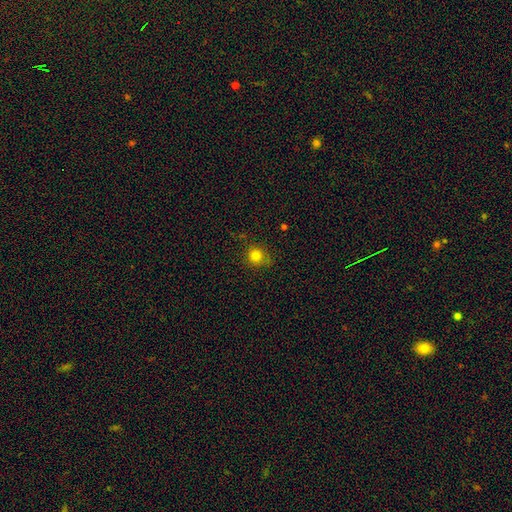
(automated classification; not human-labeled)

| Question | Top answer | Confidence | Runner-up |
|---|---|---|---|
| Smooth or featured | smooth | 80% | star or artifact (14%) |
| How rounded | round | 88% | in between (11%) |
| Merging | none | 79% | minor disturbance (15%) |